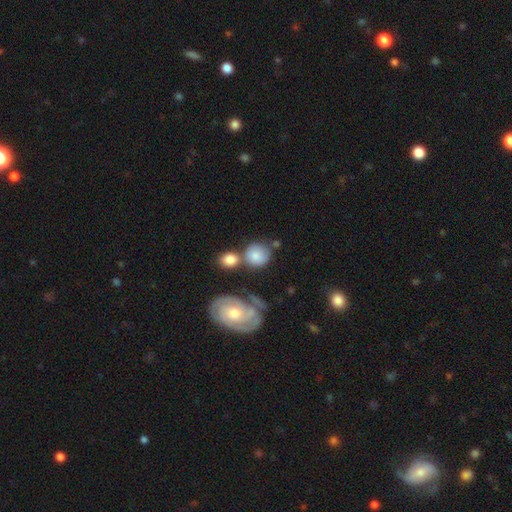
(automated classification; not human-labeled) smooth-or-featured: smooth: 69% | featured or disk: 23% | star or artifact: 8%
  how-rounded: round: 76% | in between: 22% | cigar-shaped: 1%
  merging: none: 48% | merger: 28% | minor disturbance: 16% | major disturbance: 8%